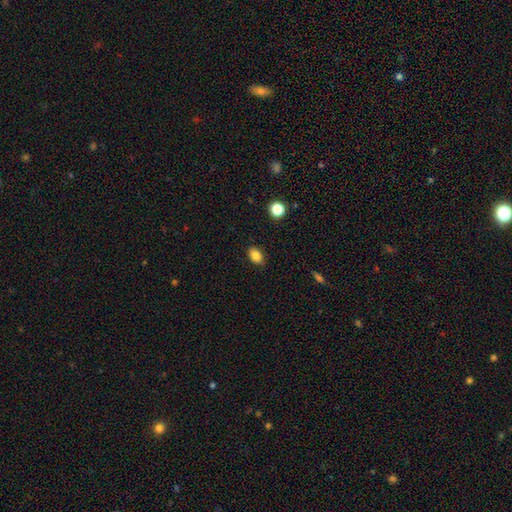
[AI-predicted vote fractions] Q: Smooth or featured?
A: smooth (85%); runner-up: star or artifact (10%)
Q: How rounded?
A: in between (82%); runner-up: round (17%)
Q: Merging?
A: none (87%); runner-up: minor disturbance (9%)